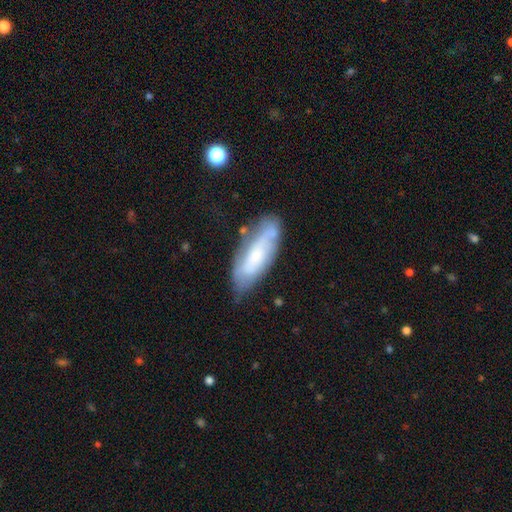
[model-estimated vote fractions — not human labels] Overall: featured or disk (47%; smooth 46%). Merging: none (61%; minor disturbance 26%).